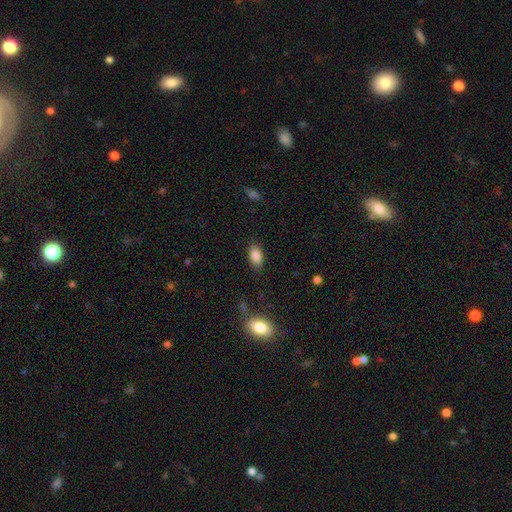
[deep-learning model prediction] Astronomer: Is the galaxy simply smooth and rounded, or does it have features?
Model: smooth — 86%.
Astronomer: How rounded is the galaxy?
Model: in between — 92%.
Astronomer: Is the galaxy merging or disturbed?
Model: none — 83%.